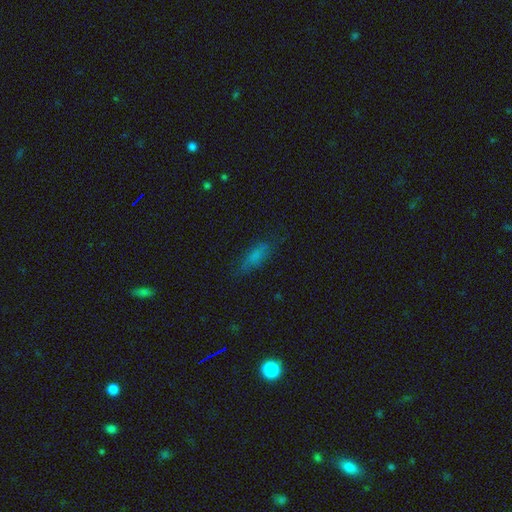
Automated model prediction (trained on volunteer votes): A smooth galaxy with no disk features (72%) that is in between round and cigar-shaped (53%). Merging: none (71%).